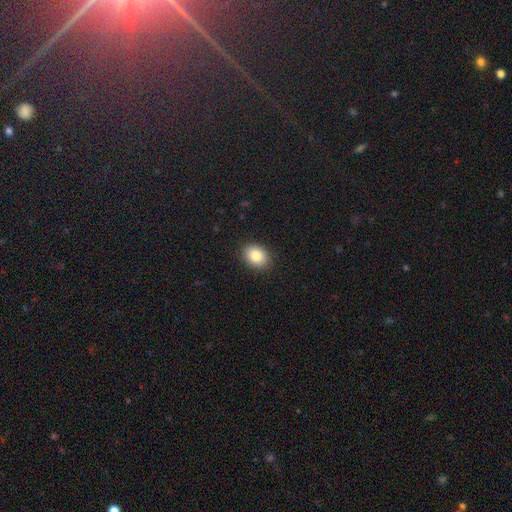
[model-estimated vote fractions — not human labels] Smooth or featured: smooth — 85% (star or artifact — 9%)
How rounded: in between — 60% (round — 39%)
Merging: none — 89% (minor disturbance — 8%)